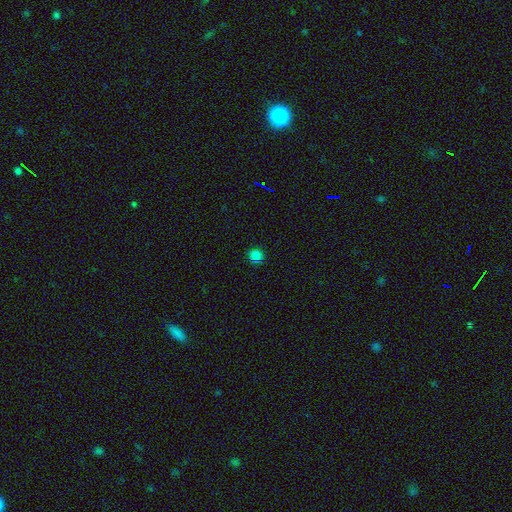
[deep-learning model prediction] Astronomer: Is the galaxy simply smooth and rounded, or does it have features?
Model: smooth — 81%.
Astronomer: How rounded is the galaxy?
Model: round — 87%.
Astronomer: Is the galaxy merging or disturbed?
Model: none — 89%.